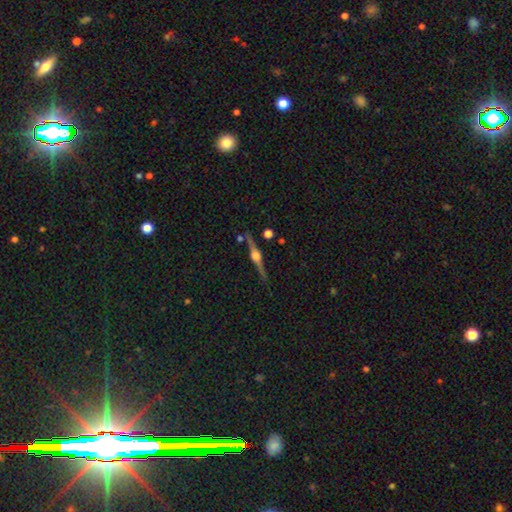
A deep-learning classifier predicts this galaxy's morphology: Smooth or featured?
  - featured or disk: 86% *
  - smooth: 8%
  - star or artifact: 6%
Edge-on disk?
  - yes: 98% *
  - no: 2%
Edge-on bulge?
  - rounded: 94% *
  - boxy: 5%
  - none: 2%
Merging?
  - none: 88% *
  - minor disturbance: 8%
  - merger: 3%
  - major disturbance: 2%